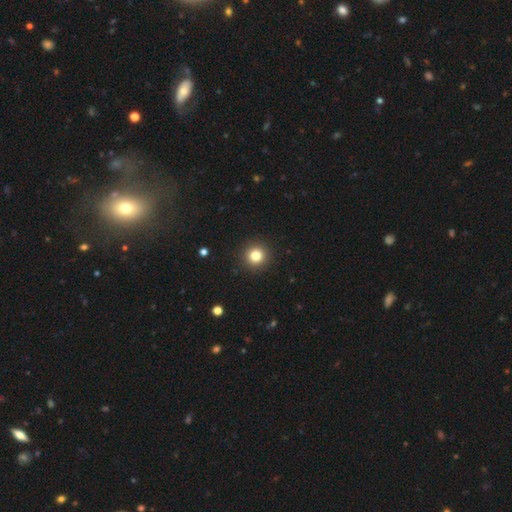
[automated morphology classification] The model was most divided on "smooth or featured": smooth: 81%, star or artifact: 12%, featured or disk: 7%. More confident: how rounded — round (95%); merging — none (93%).